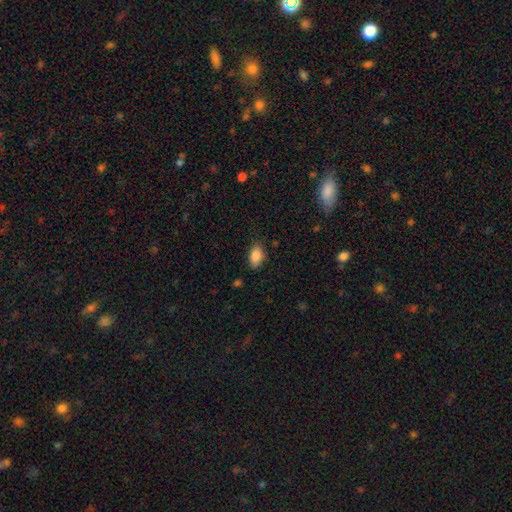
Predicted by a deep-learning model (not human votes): Overall: smooth (87%). How rounded: in between (91%). Merging: none (82%).